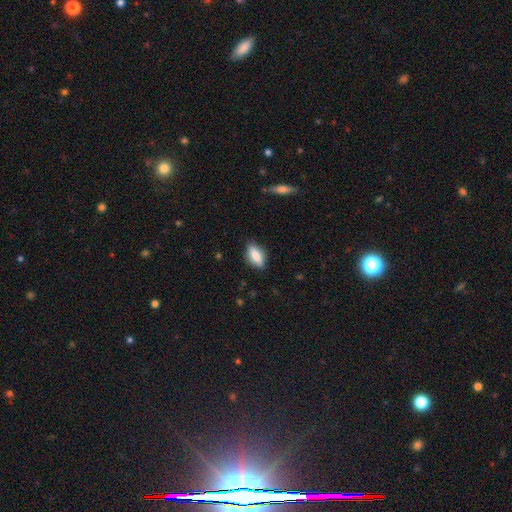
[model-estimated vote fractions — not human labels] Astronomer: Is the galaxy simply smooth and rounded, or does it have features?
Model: smooth — 74%.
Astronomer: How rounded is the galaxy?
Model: in between — 73%.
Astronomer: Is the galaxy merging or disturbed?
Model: none — 81%.